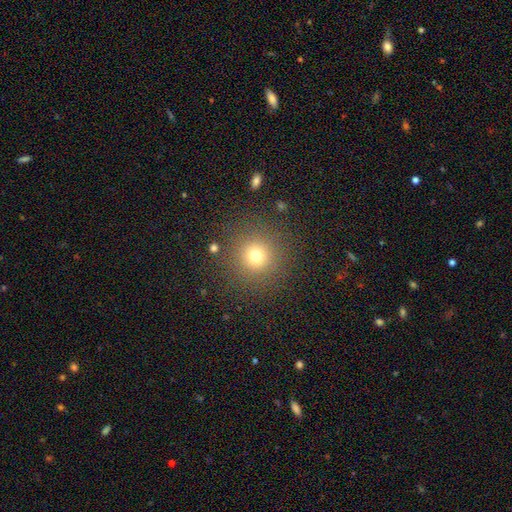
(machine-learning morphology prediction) smooth-or-featured: smooth: 73% | star or artifact: 18% | featured or disk: 9%
  how-rounded: round: 94% | in between: 5% | cigar-shaped: 1%
  merging: none: 88% | minor disturbance: 7% | major disturbance: 4% | merger: 2%